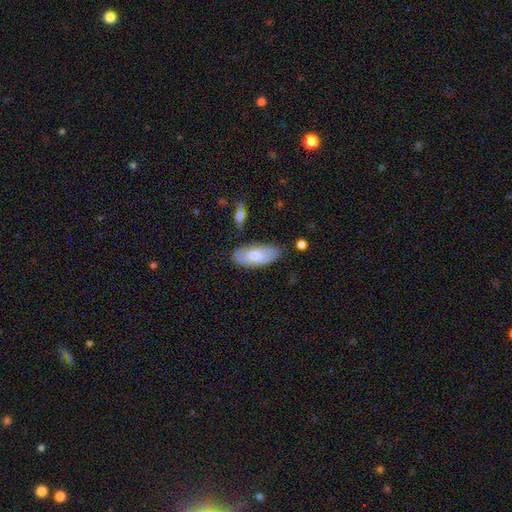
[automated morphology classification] Q: Smooth or featured?
A: smooth (69%); runner-up: featured or disk (25%)
Q: How rounded?
A: in between (88%); runner-up: cigar-shaped (10%)
Q: Merging?
A: none (74%); runner-up: minor disturbance (19%)